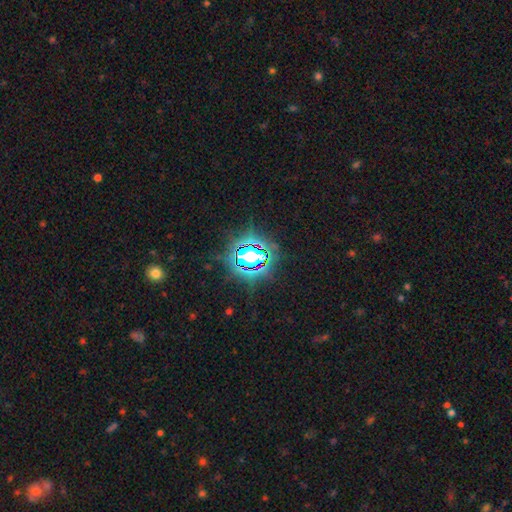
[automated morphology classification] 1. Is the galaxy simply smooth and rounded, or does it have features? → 80% star or artifact, 12% smooth, 8% featured or disk.